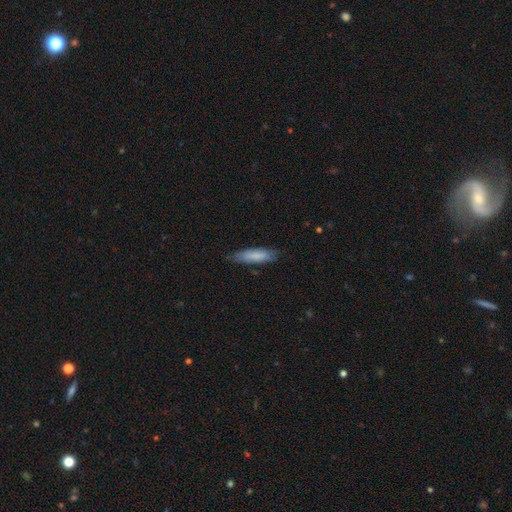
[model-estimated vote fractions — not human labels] smooth 80%, featured or disk 15%, star or artifact 6%. Down the decision tree: how rounded — cigar-shaped (67%); merging — none (78%).